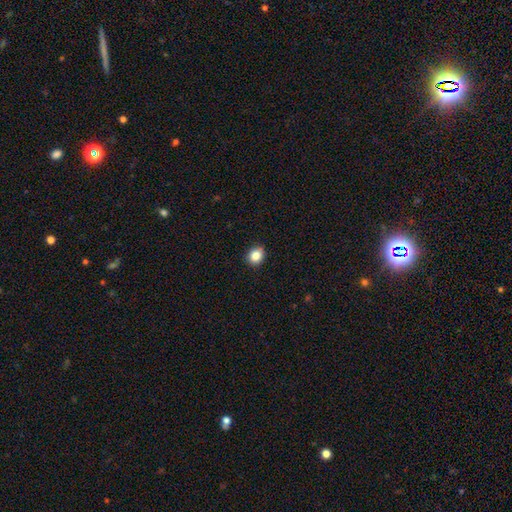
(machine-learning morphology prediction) A smooth galaxy with no disk features (85%) that is round (66%). Merging: none (90%).